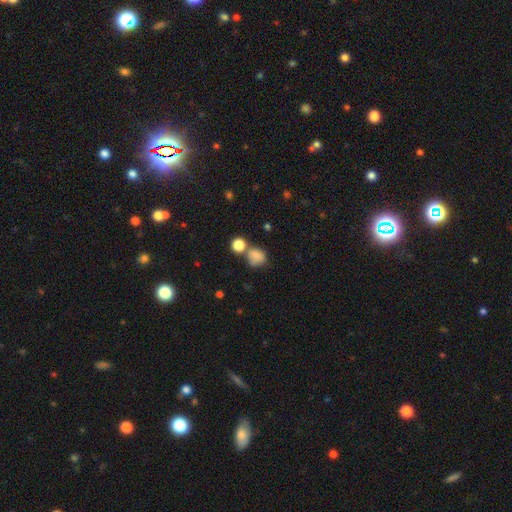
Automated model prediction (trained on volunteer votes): This appears to be a smooth galaxy with no disk features (79%) that is round (66%). Merging: none (47%).